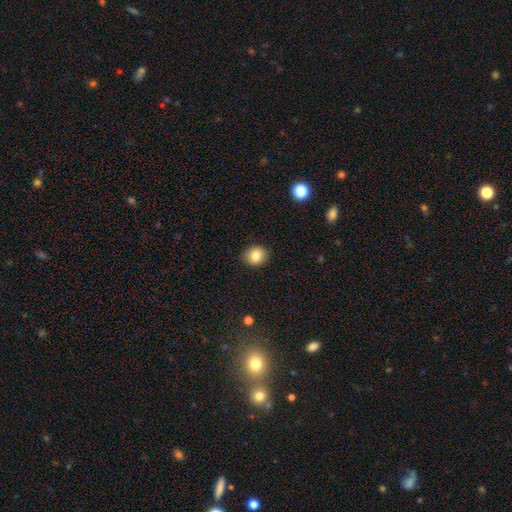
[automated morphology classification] Smooth or featured? Predicted: smooth (p=0.84). How rounded? Predicted: round (p=0.73). Merging? Predicted: none (p=0.88).